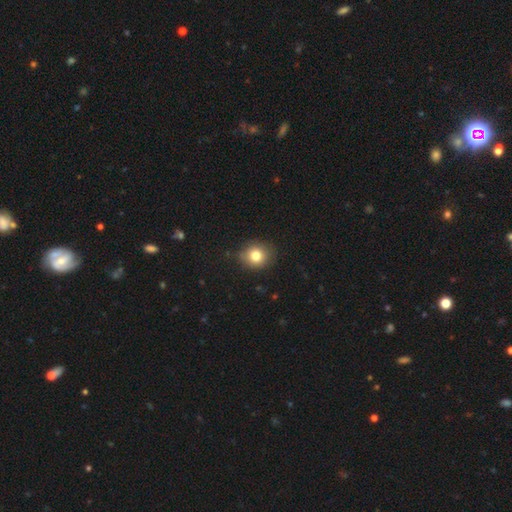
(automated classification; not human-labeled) This appears to be a smooth galaxy with no disk features (80%) that is round (80%). Merging: none (82%).